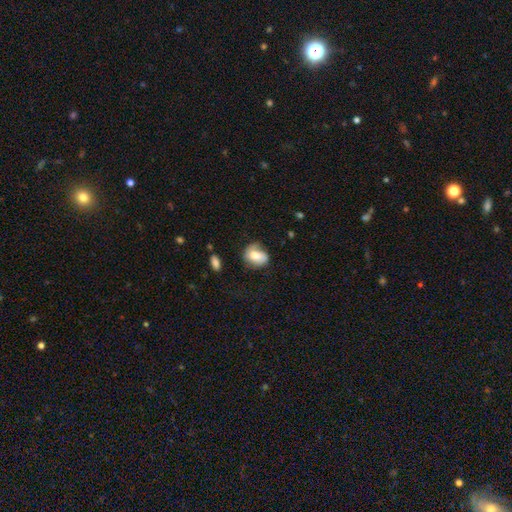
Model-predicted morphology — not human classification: smooth_or_featured: smooth (p=0.67) [alt: featured or disk p=0.25]
how_rounded: in between (p=0.50) [alt: round p=0.49]
merging: none (p=0.45) [alt: minor disturbance p=0.31]